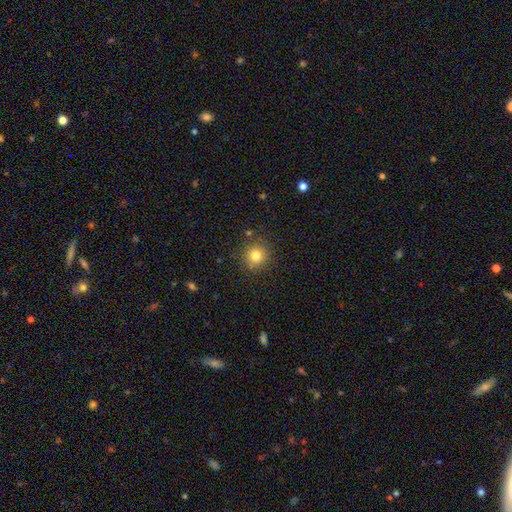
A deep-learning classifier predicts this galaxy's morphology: smooth 80%, star or artifact 13%, featured or disk 7%. Down the decision tree: how rounded — round (93%); merging — none (86%).